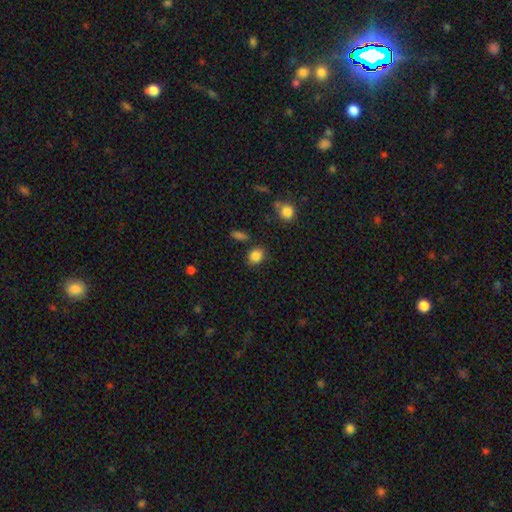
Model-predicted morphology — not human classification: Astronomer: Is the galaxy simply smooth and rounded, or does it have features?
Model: smooth — 85%.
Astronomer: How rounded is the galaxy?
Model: round — 57% (runner-up: in between, 42%).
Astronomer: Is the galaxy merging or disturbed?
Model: none — 80%.